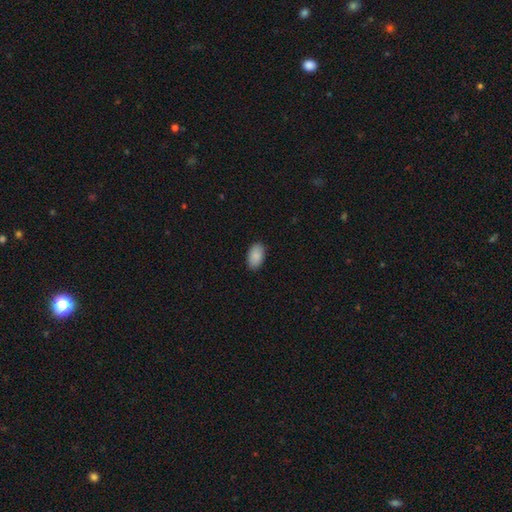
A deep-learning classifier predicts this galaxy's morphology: The model was most divided on "merging": none: 88%, minor disturbance: 9%, major disturbance: 2%, merger: 1%. More confident: how rounded — in between (94%); smooth or featured — smooth (90%).